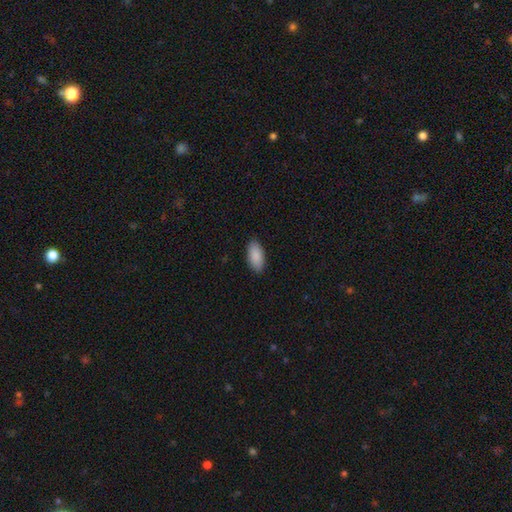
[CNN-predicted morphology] Smooth or featured?
  - smooth: 90% *
  - star or artifact: 6%
  - featured or disk: 4%
How rounded?
  - in between: 93% *
  - cigar-shaped: 5%
  - round: 2%
Merging?
  - none: 89% *
  - minor disturbance: 8%
  - major disturbance: 2%
  - merger: 1%